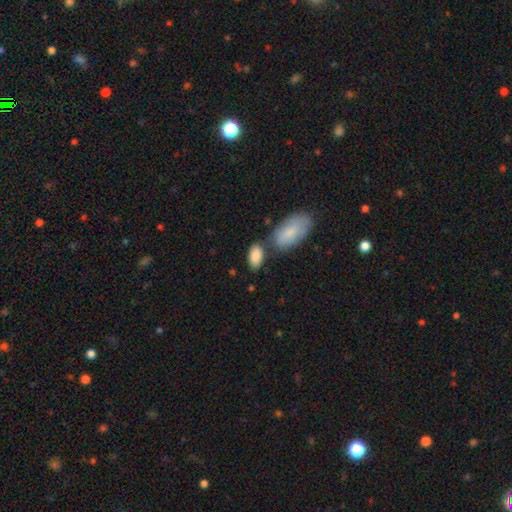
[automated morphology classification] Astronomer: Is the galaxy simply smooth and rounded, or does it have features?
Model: smooth — 87%.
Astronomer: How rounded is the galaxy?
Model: in between — 93%.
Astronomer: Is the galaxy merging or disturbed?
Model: none — 58%.